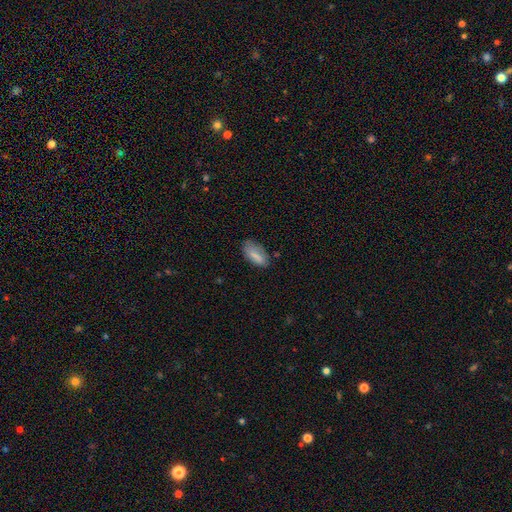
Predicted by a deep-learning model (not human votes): Smooth or featured?
  - smooth: 82% *
  - featured or disk: 11%
  - star or artifact: 7%
How rounded?
  - in between: 85% *
  - cigar-shaped: 12%
  - round: 2%
Merging?
  - none: 66% *
  - minor disturbance: 25%
  - major disturbance: 6%
  - merger: 2%